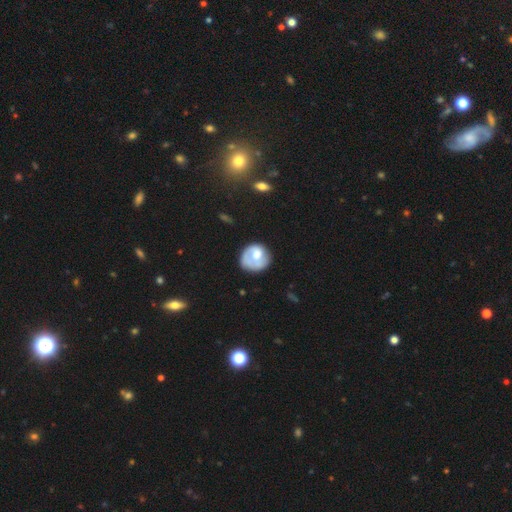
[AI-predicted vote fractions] smooth_or_featured: smooth (p=0.55) [alt: featured or disk p=0.39]
how_rounded: round (p=0.82) [alt: in between p=0.17]
merging: none (p=0.59) [alt: minor disturbance p=0.25]